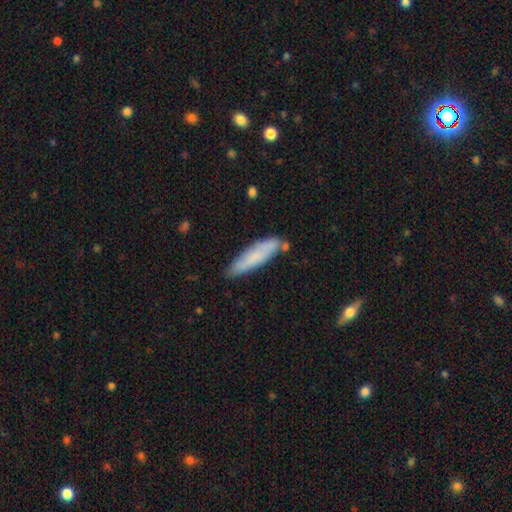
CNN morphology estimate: A smooth galaxy with no disk features (72%) that is cigar-shaped (74%).

Vote fractions:
- Smooth or featured? smooth: 72% / featured or disk: 21% / star or artifact: 7%
- How rounded? cigar-shaped: 74% / in between: 25% / round: 1%
- Merging? none: 75% / minor disturbance: 18% / merger: 4% / major disturbance: 3%